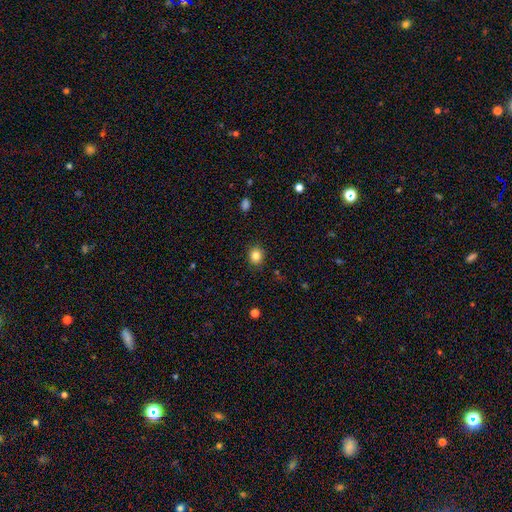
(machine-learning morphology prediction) The model was most divided on "how rounded": round: 74%, in between: 25%, cigar-shaped: 1%. More confident: merging — none (88%); smooth or featured — smooth (84%).